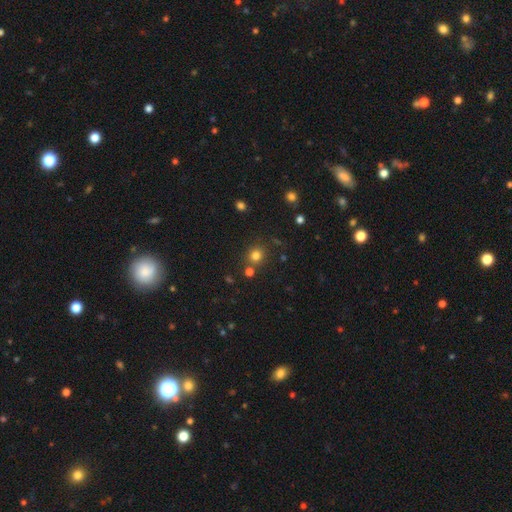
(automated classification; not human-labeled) smooth 78%, star or artifact 16%, featured or disk 6%. Down the decision tree: how rounded — round (87%); merging — none (78%).